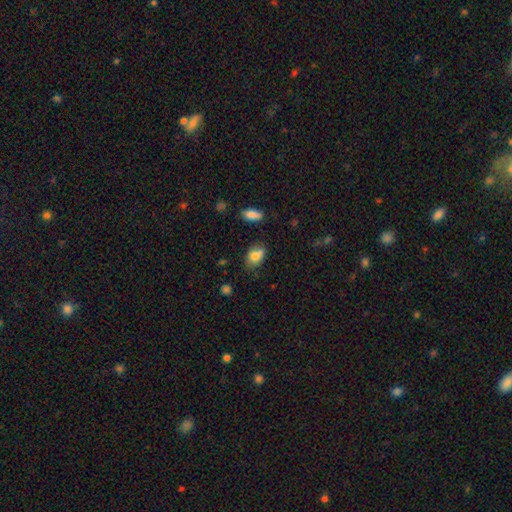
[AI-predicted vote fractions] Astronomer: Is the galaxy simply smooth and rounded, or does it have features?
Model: smooth — 79%.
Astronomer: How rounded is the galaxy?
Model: in between — 80%.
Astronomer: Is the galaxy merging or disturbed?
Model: none — 57%.